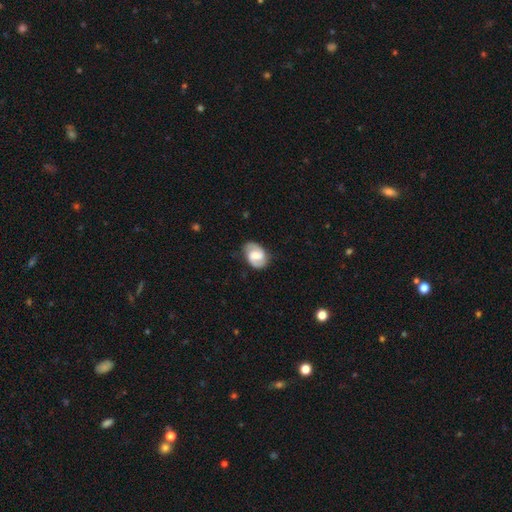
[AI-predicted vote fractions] Q: Smooth or featured?
A: featured or disk (74%); runner-up: smooth (20%)
Q: Edge-on disk?
A: no (98%); runner-up: yes (2%)
Q: Bar?
A: weak (51%); runner-up: no (32%)
Q: Spiral arms?
A: yes (94%); runner-up: no (6%)
Q: Spiral winding?
A: medium (49%); runner-up: tight (32%)
Q: Spiral arm count?
A: 2 (90%); runner-up: can't tell (5%)
Q: Bulge size?
A: moderate (51%); runner-up: small (27%)
Q: Merging?
A: none (80%); runner-up: minor disturbance (15%)